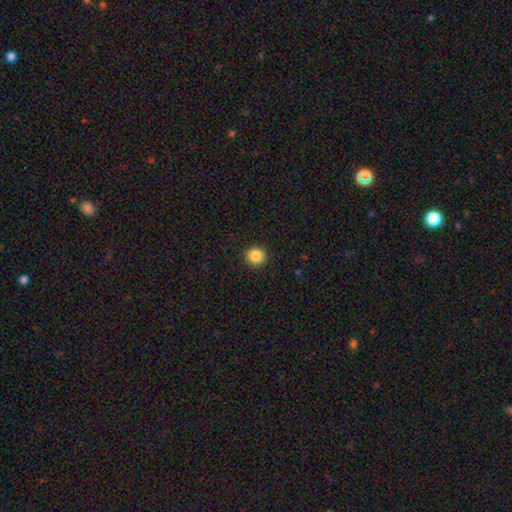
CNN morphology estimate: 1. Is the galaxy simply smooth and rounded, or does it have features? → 87% smooth, 10% star or artifact, 3% featured or disk.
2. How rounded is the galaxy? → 94% round, 5% in between, 1% cigar-shaped.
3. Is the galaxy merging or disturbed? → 93% none, 5% minor disturbance, 2% major disturbance, 1% merger.